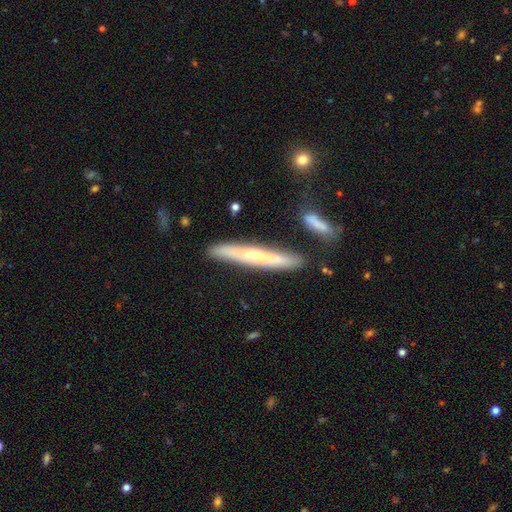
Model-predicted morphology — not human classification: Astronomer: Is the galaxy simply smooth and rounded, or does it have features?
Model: featured or disk — 54% (runner-up: smooth, 39%).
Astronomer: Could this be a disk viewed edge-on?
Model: yes — 89%.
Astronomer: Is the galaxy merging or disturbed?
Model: none — 83%.